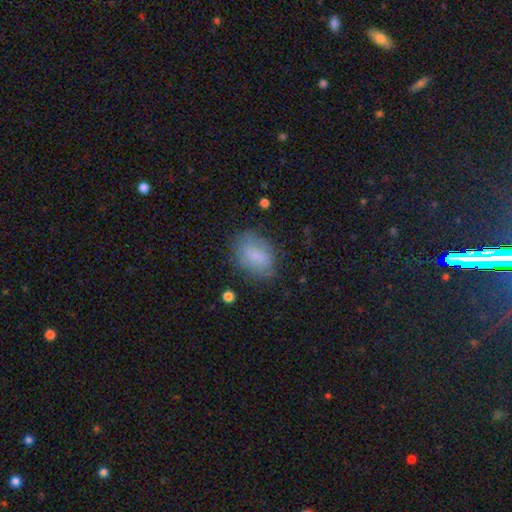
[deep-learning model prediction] Morphology: type=smooth (79%); roundness=in between (82%); merging=none (68%).